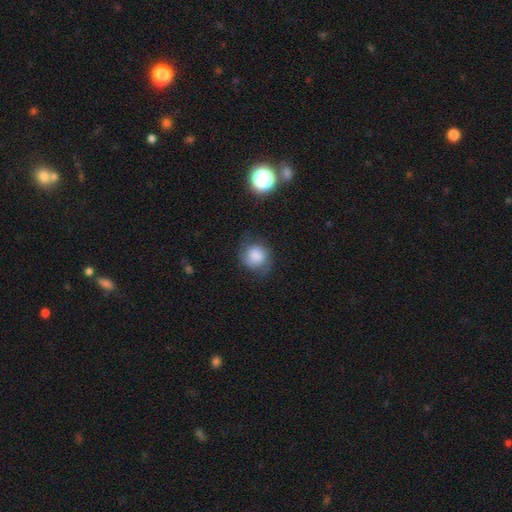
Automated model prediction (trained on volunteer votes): smooth-or-featured: smooth: 75% | featured or disk: 15% | star or artifact: 10%
  how-rounded: round: 77% | in between: 22% | cigar-shaped: 1%
  merging: none: 65% | minor disturbance: 24% | major disturbance: 9% | merger: 2%